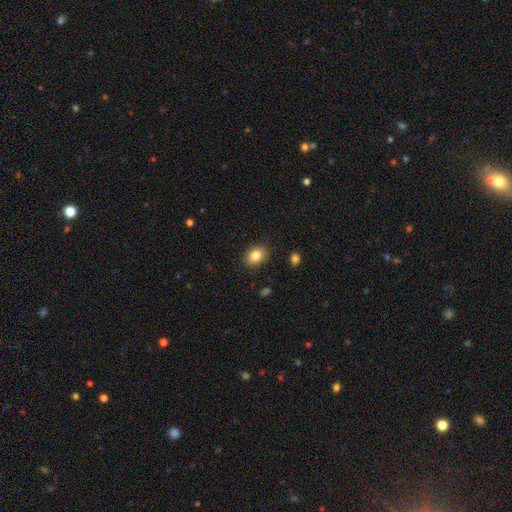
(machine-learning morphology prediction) Smooth or featured?
  - smooth: 84% *
  - star or artifact: 8%
  - featured or disk: 8%
How rounded?
  - in between: 75% *
  - round: 24%
  - cigar-shaped: 1%
Merging?
  - none: 88% *
  - minor disturbance: 9%
  - major disturbance: 2%
  - merger: 1%